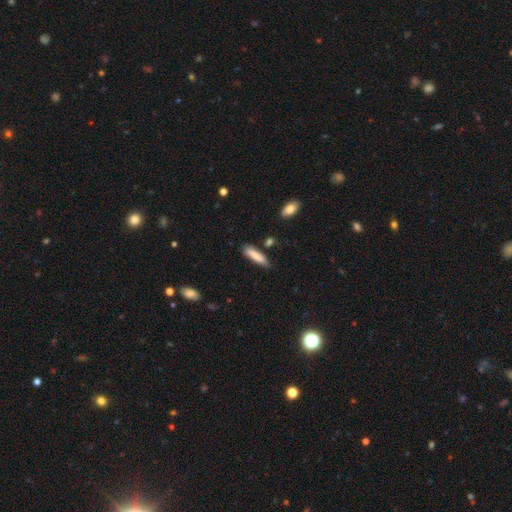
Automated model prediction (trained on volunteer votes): smooth-or-featured: smooth: 83% | featured or disk: 10% | star or artifact: 6%
  how-rounded: cigar-shaped: 73% | in between: 26% | round: 1%
  merging: none: 74% | minor disturbance: 19% | merger: 4% | major disturbance: 3%